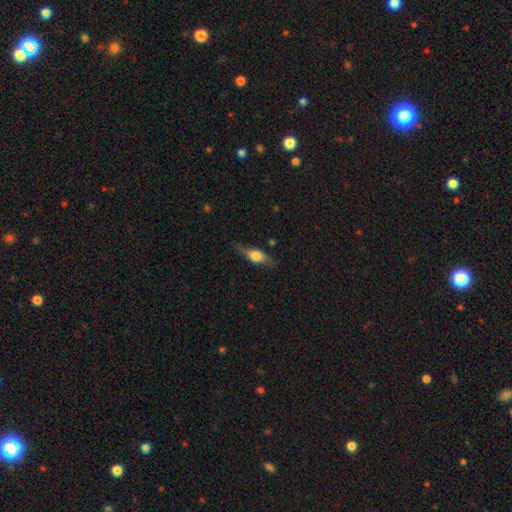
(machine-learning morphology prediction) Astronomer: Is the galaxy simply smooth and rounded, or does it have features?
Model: featured or disk — 48% (runner-up: smooth, 45%).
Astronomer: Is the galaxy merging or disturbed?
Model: none — 73%.